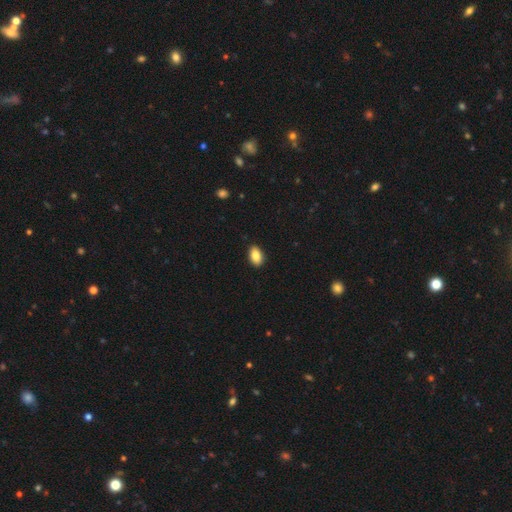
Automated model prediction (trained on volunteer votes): This is clearly a smooth galaxy (87%). How rounded: clearly in between (91%). Merging: clearly none (89%).